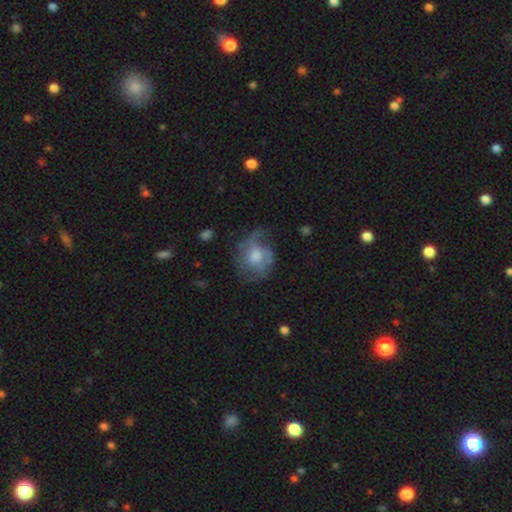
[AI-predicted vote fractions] A featured or disk galaxy (53%) with no bar (77%), spiral arms (69%) and a moderate central bulge (60%). Merging: none (48%).